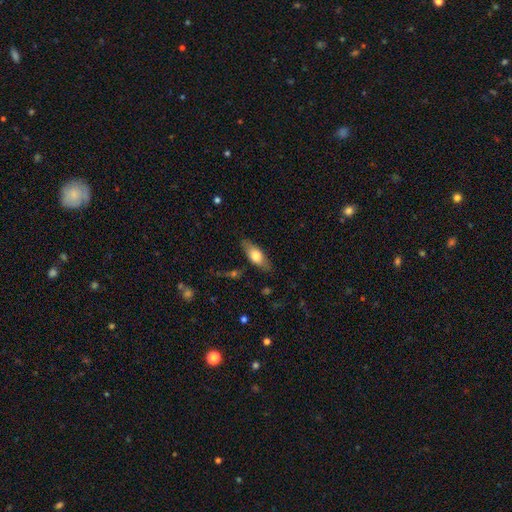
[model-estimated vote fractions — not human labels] Smooth or featured: smooth — 66% (featured or disk — 27%)
How rounded: in between — 72% (cigar-shaped — 25%)
Merging: none — 82% (minor disturbance — 13%)